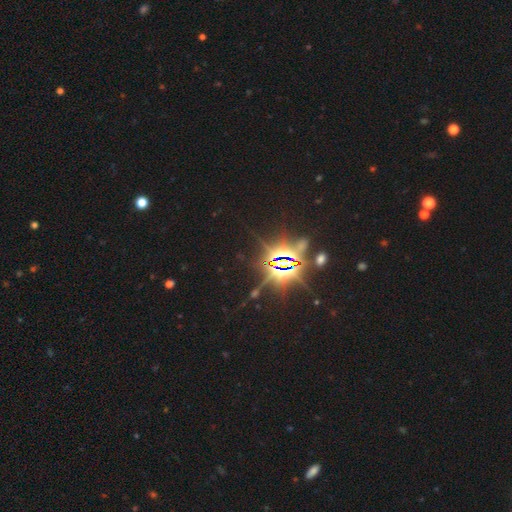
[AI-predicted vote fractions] smooth-or-featured: star or artifact: 88% | smooth: 7% | featured or disk: 6%